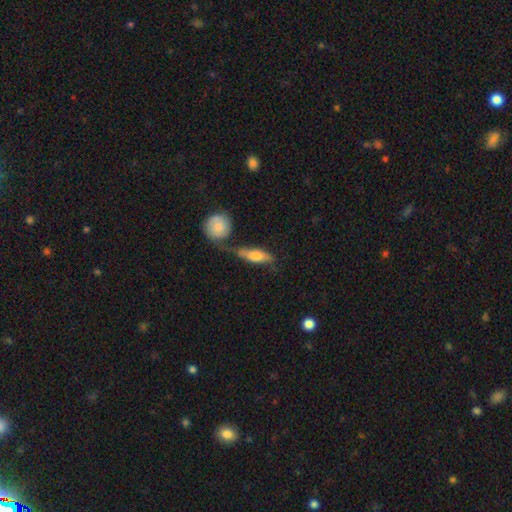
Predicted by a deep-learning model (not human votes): Morphology: type=smooth (65%); roundness=in between (54%); merging=none (44%).